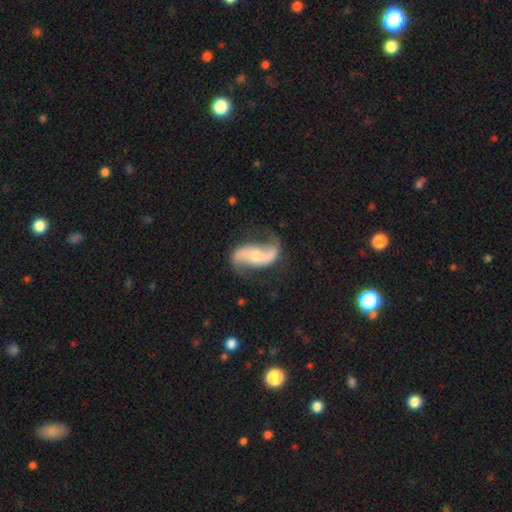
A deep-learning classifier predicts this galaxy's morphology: This is clearly a featured or disk galaxy (85%). It is clearly not viewed edge-on (96%). Bar: possibly no (47%). Spiral arm pattern: clearly yes (95%). Spiral arm count: clearly 2 (91%). Spiral winding: likely loose (74%). Central bulge: possibly small (45%, tied with moderate). Merging: likely none (68%).